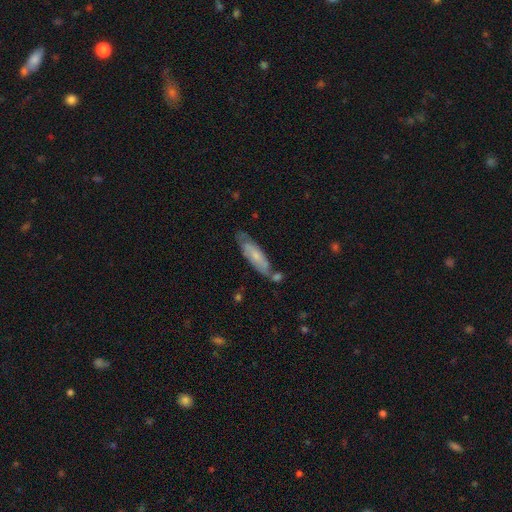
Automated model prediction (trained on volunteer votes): Q: Smooth or featured?
A: smooth (51%); runner-up: featured or disk (42%)
Q: How rounded?
A: cigar-shaped (58%); runner-up: in between (40%)
Q: Merging?
A: none (59%); runner-up: minor disturbance (23%)